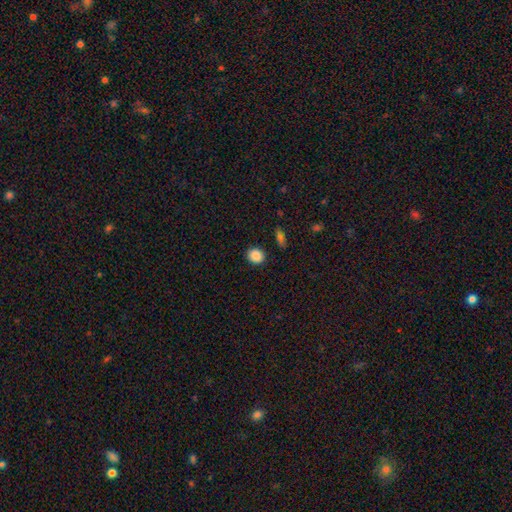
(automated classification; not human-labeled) Smooth or featured?
  - smooth: 87% *
  - star or artifact: 9%
  - featured or disk: 4%
How rounded?
  - round: 72% *
  - in between: 27%
  - cigar-shaped: 1%
Merging?
  - none: 88% *
  - minor disturbance: 8%
  - major disturbance: 2%
  - merger: 2%